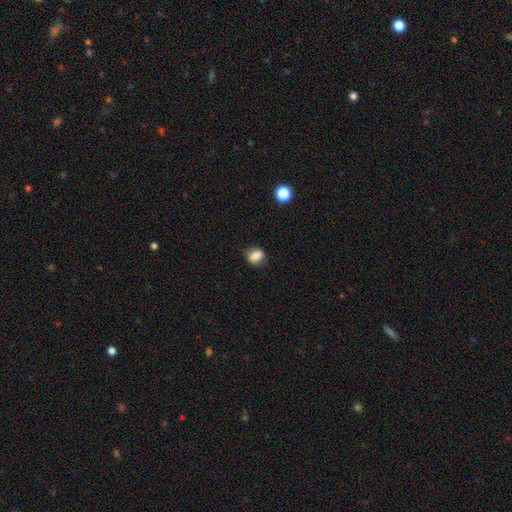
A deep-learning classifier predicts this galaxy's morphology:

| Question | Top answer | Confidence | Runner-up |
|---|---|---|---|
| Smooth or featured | smooth | 83% | star or artifact (10%) |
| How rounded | in between | 50% | round (48%) |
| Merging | none | 73% | minor disturbance (20%) |